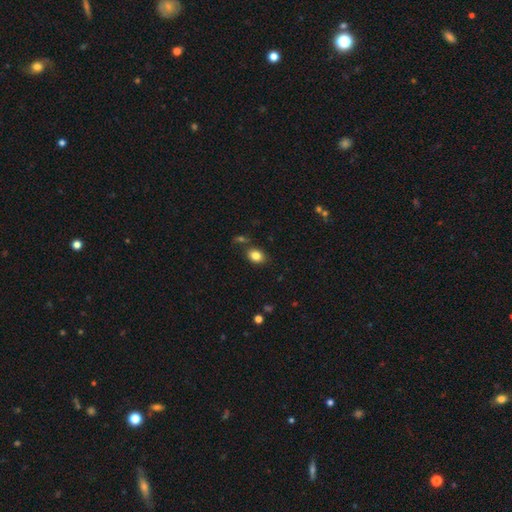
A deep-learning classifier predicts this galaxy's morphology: A smooth galaxy with no disk features (83%) that is in between round and cigar-shaped (64%). Merging: none (77%).